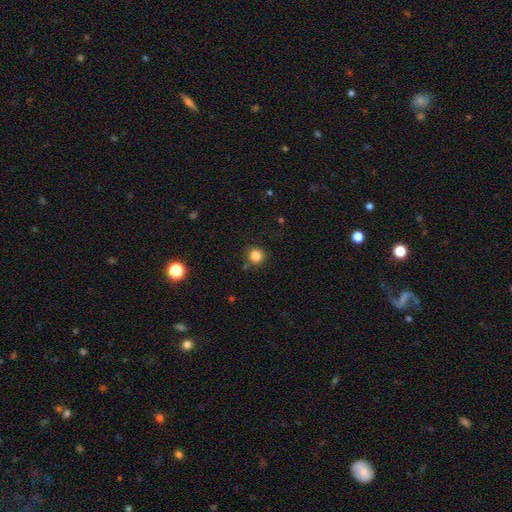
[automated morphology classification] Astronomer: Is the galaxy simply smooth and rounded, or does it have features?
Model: smooth — 83%.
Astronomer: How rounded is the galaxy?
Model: round — 93%.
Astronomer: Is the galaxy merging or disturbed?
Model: none — 84%.